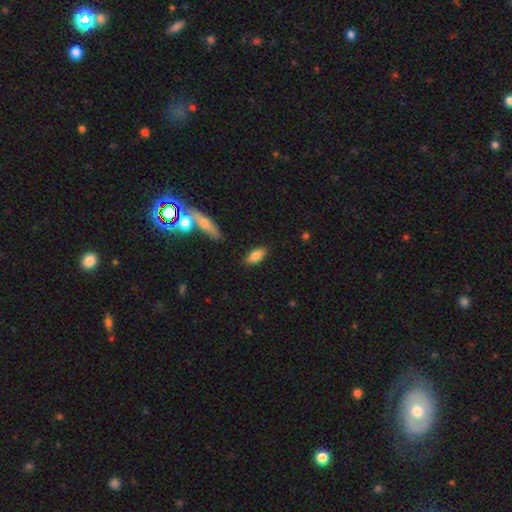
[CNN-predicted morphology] Smooth or featured? smooth (82%)
How rounded? in between (88%)
Merging? none (85%)